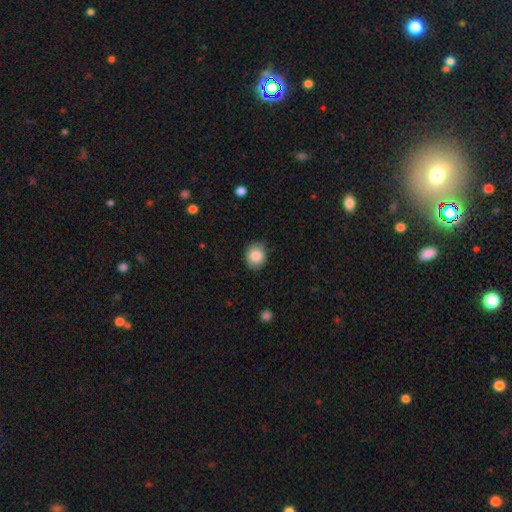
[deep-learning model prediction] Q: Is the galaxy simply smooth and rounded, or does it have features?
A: smooth — 85%.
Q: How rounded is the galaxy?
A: round — 58%.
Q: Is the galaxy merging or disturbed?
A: none — 83%.